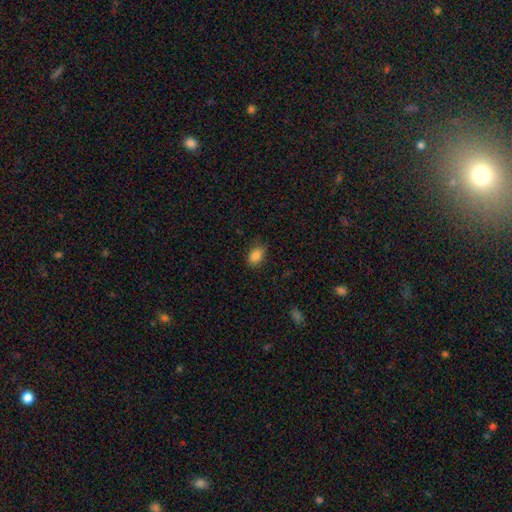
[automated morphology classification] type=smooth (86%); roundness=in between (81%); merging=none (80%).